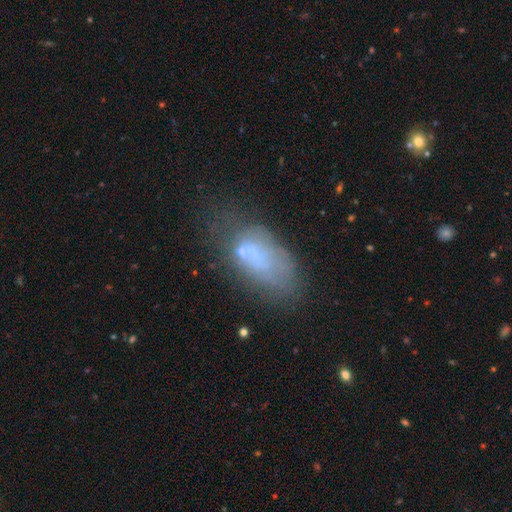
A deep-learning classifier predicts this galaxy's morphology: This appears to be a smooth galaxy with no disk features (50%) that is in between round and cigar-shaped (89%). Merging: none (34%).